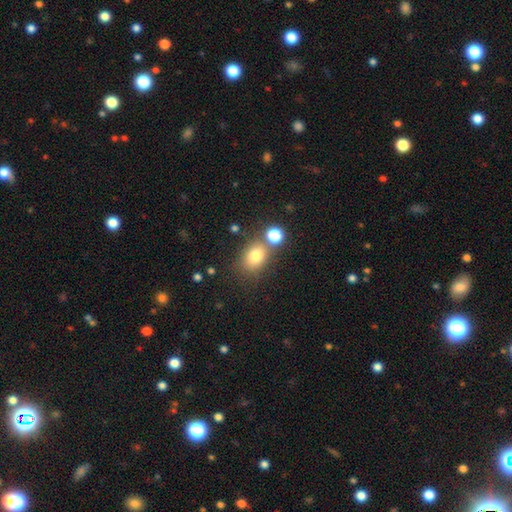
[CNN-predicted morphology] This appears to be a smooth galaxy with no disk features (78%) that is in between round and cigar-shaped (59%). Merging: none (63%).